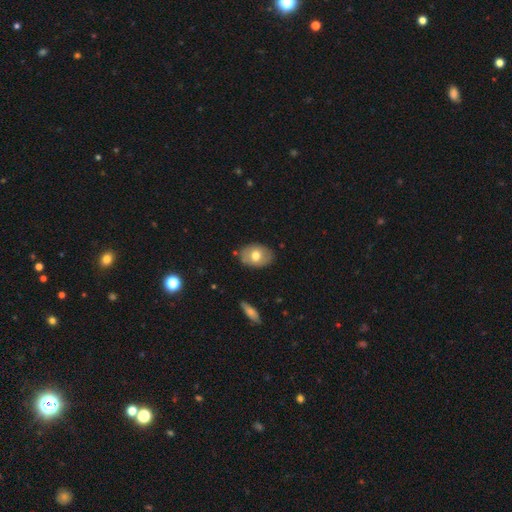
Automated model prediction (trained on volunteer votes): smooth_or_featured: smooth (p=0.65) [alt: featured or disk p=0.28]
how_rounded: in between (p=0.78) [alt: round p=0.21]
merging: none (p=0.82) [alt: minor disturbance p=0.13]